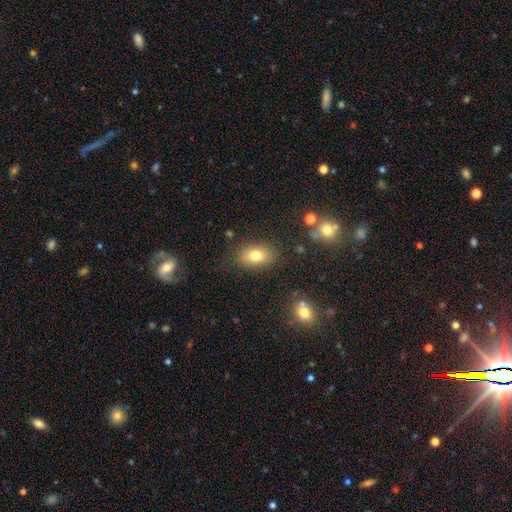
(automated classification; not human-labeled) This is likely a smooth galaxy (78%). How rounded: clearly in between (81%). Merging: clearly none (81%).